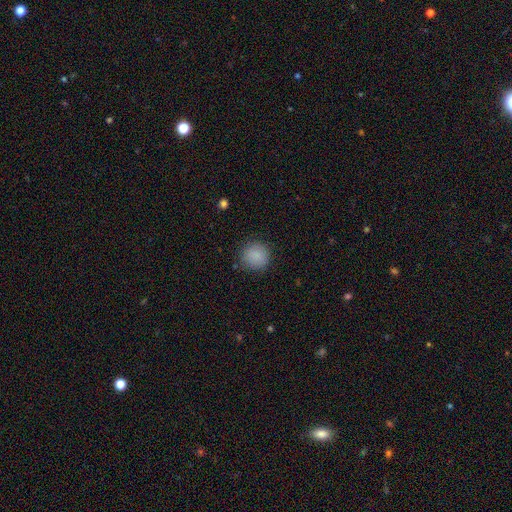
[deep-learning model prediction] A smooth galaxy with no disk features (87%) that is round (92%). Merging: none (85%).